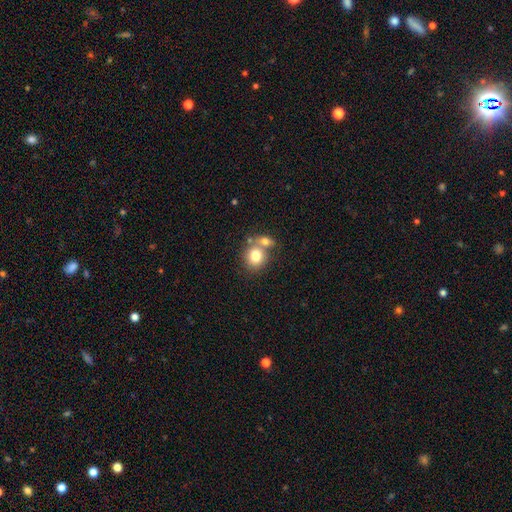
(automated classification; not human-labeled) This is likely a smooth galaxy (78%). How rounded: likely round (72%). Merging: possibly merger (45%).